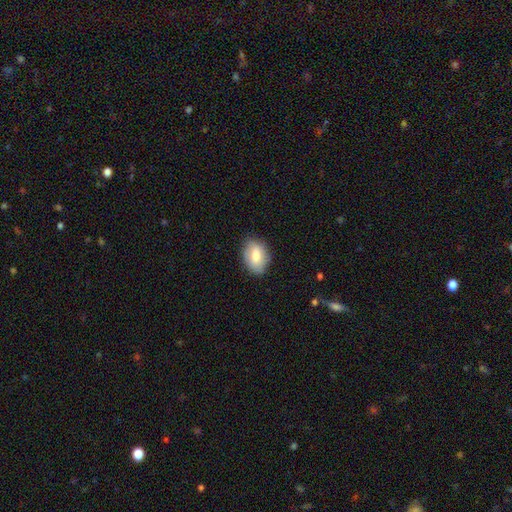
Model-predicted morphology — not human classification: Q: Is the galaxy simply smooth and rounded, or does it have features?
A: smooth — 73%.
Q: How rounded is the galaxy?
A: in between — 83%.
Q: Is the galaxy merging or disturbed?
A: none — 79%.